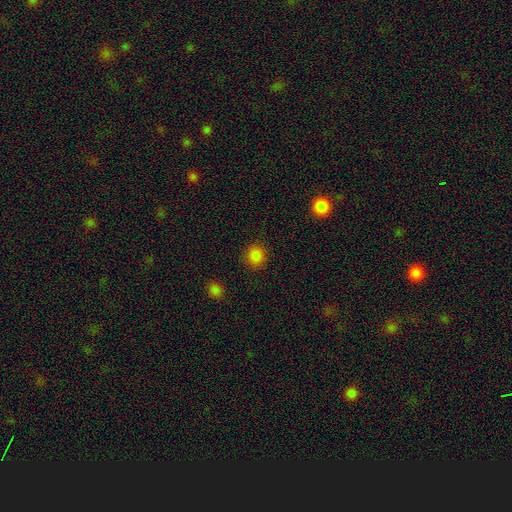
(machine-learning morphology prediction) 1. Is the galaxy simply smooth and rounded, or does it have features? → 85% smooth, 12% star or artifact, 3% featured or disk.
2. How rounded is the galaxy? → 87% round, 12% in between, 1% cigar-shaped.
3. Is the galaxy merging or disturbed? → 89% none, 7% minor disturbance, 3% major disturbance, 1% merger.